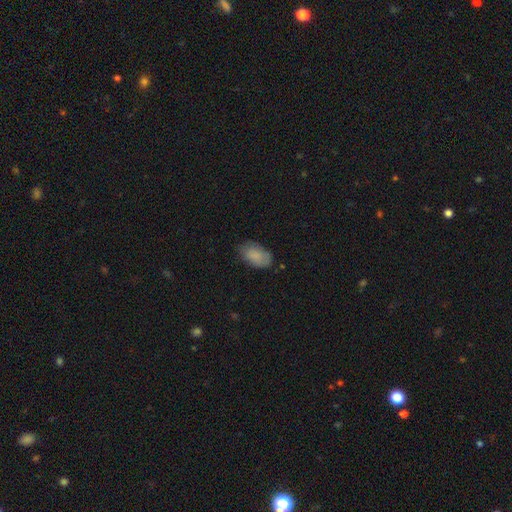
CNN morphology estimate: smooth 85%, featured or disk 8%, star or artifact 7%. Down the decision tree: how rounded — in between (94%); merging — none (73%).